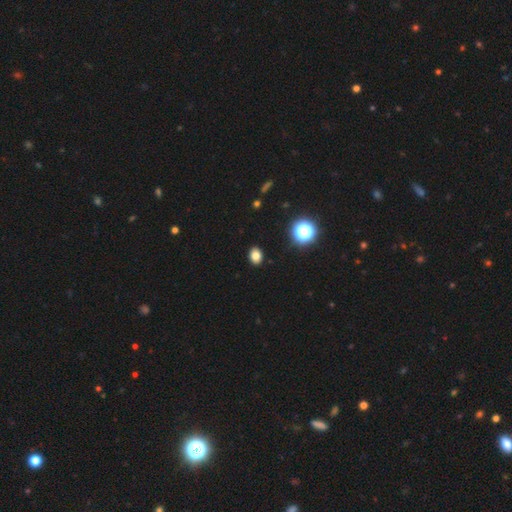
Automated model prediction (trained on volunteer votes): This appears to be a smooth galaxy with no disk features (80%) that is in between round and cigar-shaped (66%). Merging: none (90%).